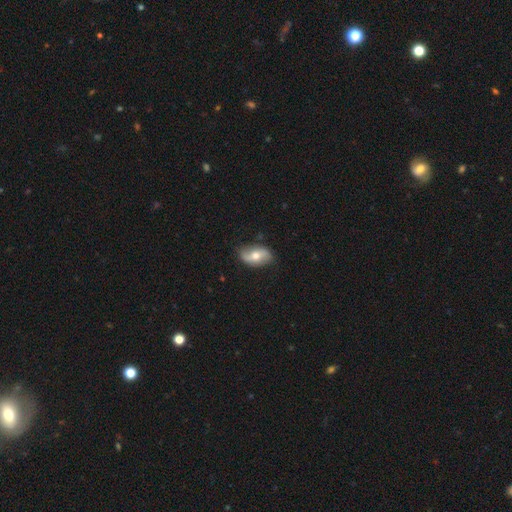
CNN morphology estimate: featured or disk 53%, smooth 40%, star or artifact 6%. Down the decision tree: edge-on disk — no (92%); merging — none (77%).